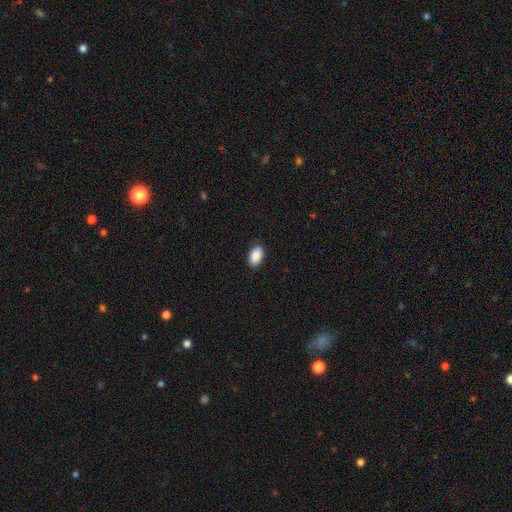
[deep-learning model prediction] Q: Smooth or featured?
A: smooth (90%); runner-up: star or artifact (7%)
Q: How rounded?
A: in between (93%); runner-up: round (5%)
Q: Merging?
A: none (90%); runner-up: minor disturbance (7%)